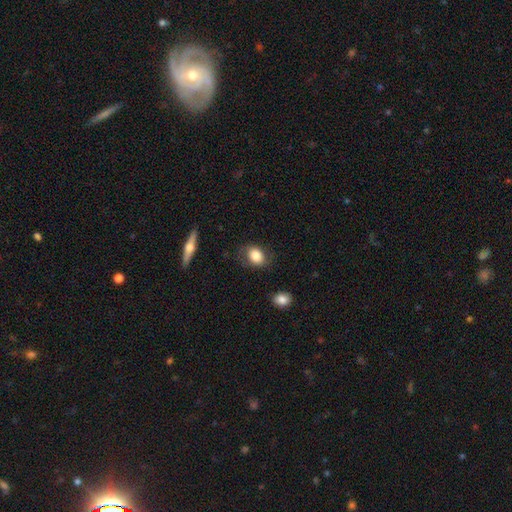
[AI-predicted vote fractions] Overall: smooth (78%). How rounded: in between (66%; round 32%). Merging: none (68%).